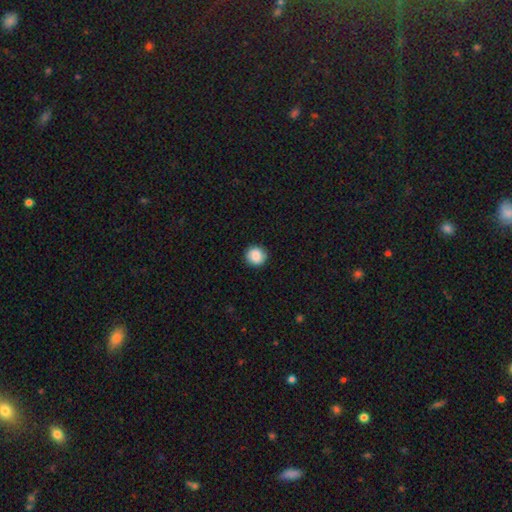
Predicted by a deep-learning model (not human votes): Smooth or featured? smooth (88%)
How rounded? round (91%)
Merging? none (91%)